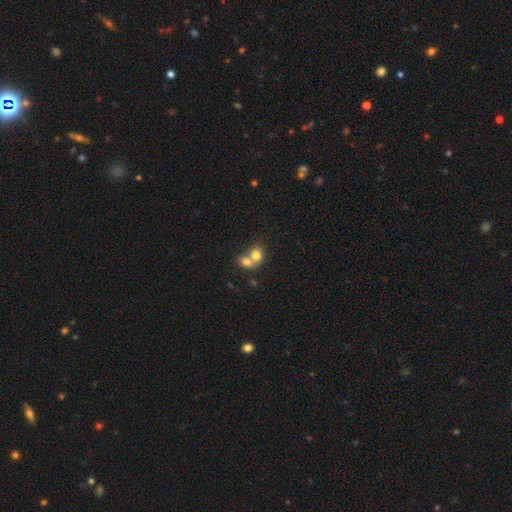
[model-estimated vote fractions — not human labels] A smooth galaxy with no disk features (75%) that is round (62%).

Vote fractions:
- Smooth or featured? smooth: 75% / featured or disk: 16% / star or artifact: 10%
- How rounded? round: 62% / in between: 38% / cigar-shaped: 1%
- Merging? merger: 72% / none: 21% / minor disturbance: 5% / major disturbance: 2%